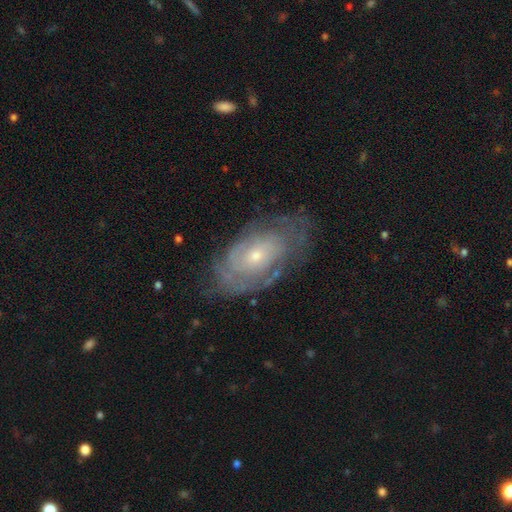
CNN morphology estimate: smooth-or-featured: featured or disk: 75% | smooth: 18% | star or artifact: 8%
  disk-edge-on: no: 93% | yes: 7%
    bar: no: 78% | weak: 19% | strong: 4%
    has-spiral-arms: yes: 80% | no: 20%
      spiral-winding: tight: 71% | medium: 22% | loose: 7%
      spiral-arm-count: can't tell: 60% | 2: 18% | 3: 8% | 4: 5% | 1: 5% | more than 4: 4%
    bulge-size: small: 61% | moderate: 34% | large: 2% | none: 1% | dominant: 1%
  merging: none: 70% | minor disturbance: 20% | major disturbance: 9% | merger: 1%